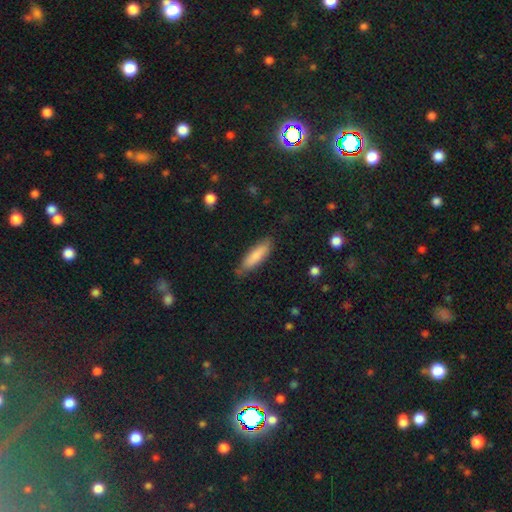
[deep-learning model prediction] A smooth galaxy with no disk features (80%) that is cigar-shaped (56%).

Vote fractions:
- Smooth or featured? smooth: 80% / featured or disk: 14% / star or artifact: 6%
- How rounded? cigar-shaped: 56% / in between: 42% / round: 2%
- Merging? none: 79% / minor disturbance: 16% / major disturbance: 3% / merger: 2%